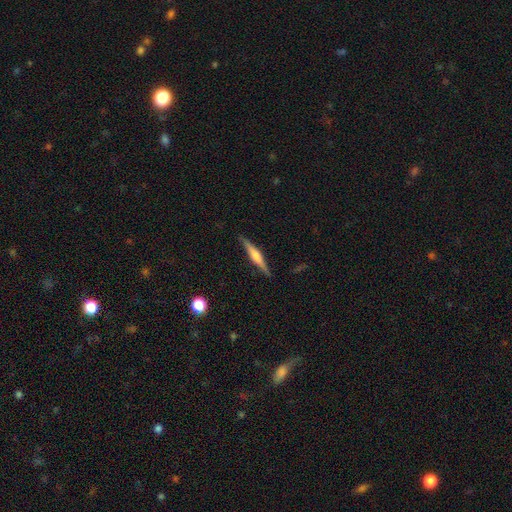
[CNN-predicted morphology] Overall: featured or disk (65%; smooth 29%). Edge-on disk: yes (98%). Edge-on bulge: rounded (65%). Merging: none (90%).